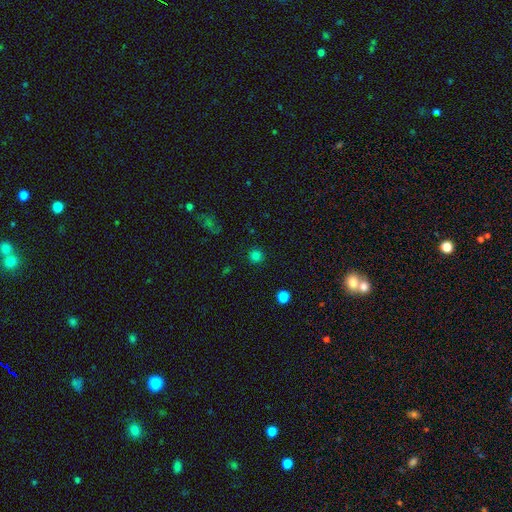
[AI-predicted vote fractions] Morphology: type=smooth (80%); roundness=round (95%); merging=none (91%).